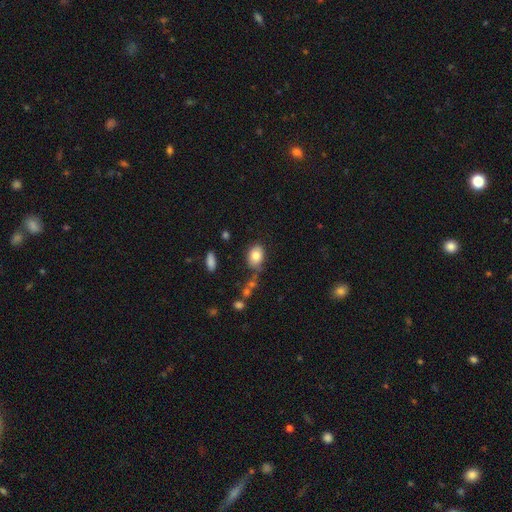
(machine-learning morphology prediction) smooth 81%, featured or disk 10%, star or artifact 9%. Down the decision tree: how rounded — in between (78%); merging — none (67%).